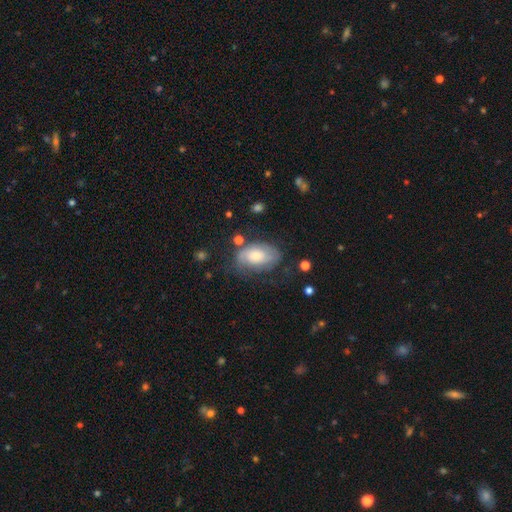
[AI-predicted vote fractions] A featured or disk galaxy (48%).

Vote fractions:
- Smooth or featured? featured or disk: 48% / smooth: 44% / star or artifact: 7%
- Merging? none: 57% / minor disturbance: 25% / major disturbance: 15% / merger: 4%